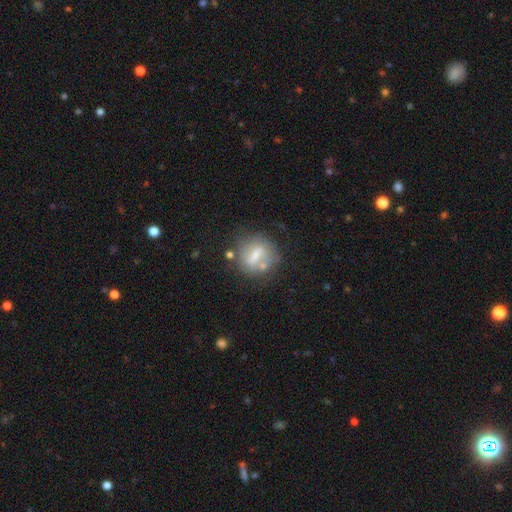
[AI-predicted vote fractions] smooth_or_featured: smooth (p=0.52) [alt: featured or disk p=0.39]
how_rounded: round (p=0.67) [alt: in between p=0.28]
merging: none (p=0.59) [alt: minor disturbance p=0.19]